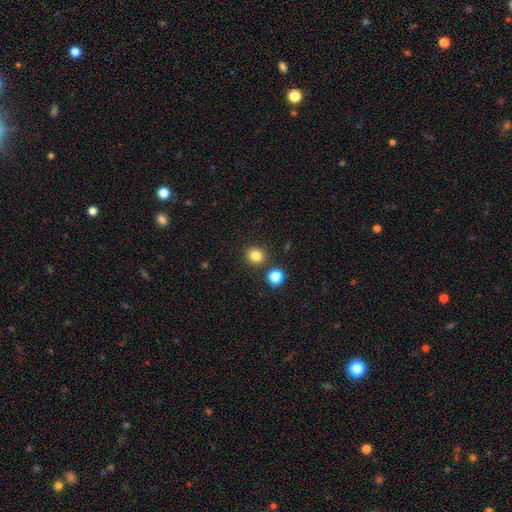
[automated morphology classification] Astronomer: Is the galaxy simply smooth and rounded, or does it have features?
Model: smooth — 82%.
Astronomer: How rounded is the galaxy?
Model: round — 88%.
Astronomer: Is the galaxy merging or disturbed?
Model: none — 86%.